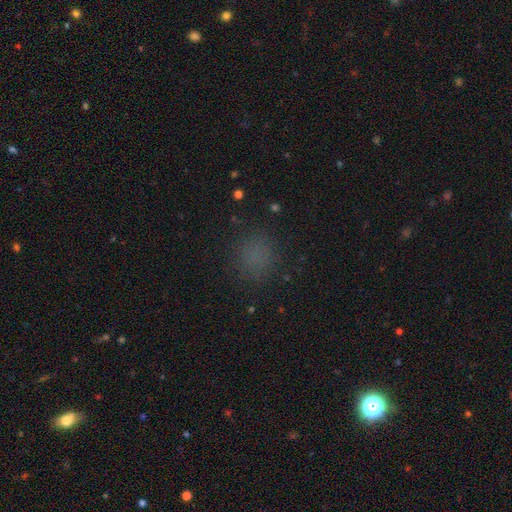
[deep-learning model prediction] smooth_or_featured: smooth (p=0.71) [alt: star or artifact p=0.23]
how_rounded: round (p=0.87) [alt: in between p=0.12]
merging: none (p=0.85) [alt: minor disturbance p=0.10]